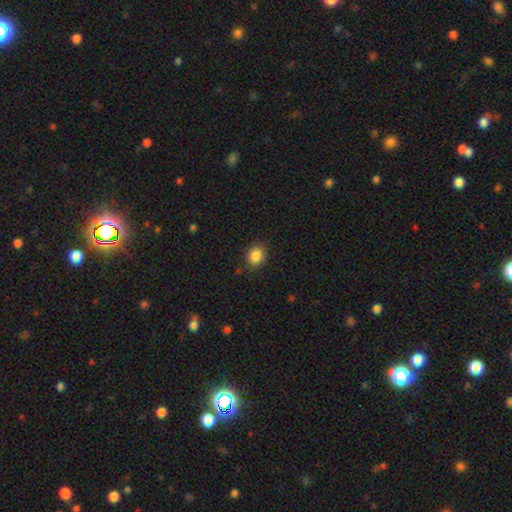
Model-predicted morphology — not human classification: A smooth galaxy with no disk features (86%) that is round (66%). Merging: none (86%).